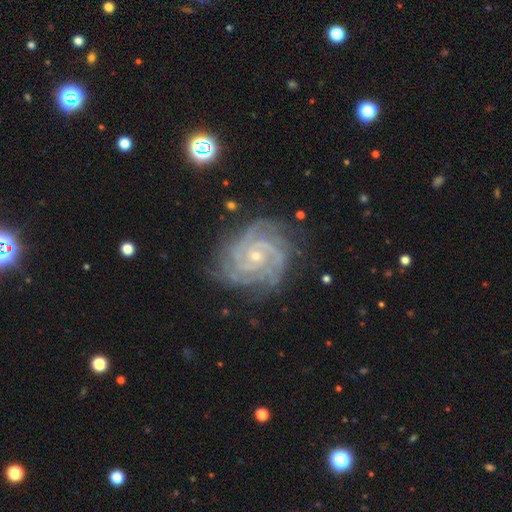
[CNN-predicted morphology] smooth_or_featured: featured or disk (p=0.91) [alt: star or artifact p=0.05]
disk_edge_on: no (p=0.98) [alt: yes p=0.02]
bar: no (p=0.67) [alt: weak p=0.24]
has_spiral_arms: yes (p=0.99) [alt: no p=0.01]
spiral_winding: tight (p=0.77) [alt: medium p=0.21]
spiral_arm_count: 3 (p=0.27) [alt: 4 p=0.23]
bulge_size: small (p=0.76) [alt: moderate p=0.21]
merging: none (p=0.76) [alt: minor disturbance p=0.17]